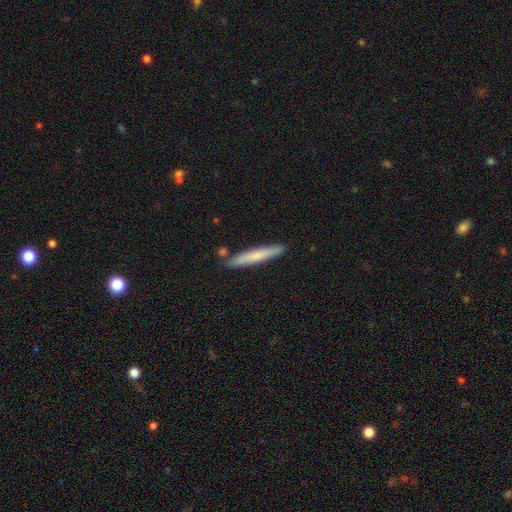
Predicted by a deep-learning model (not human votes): Smooth or featured?
  - smooth: 67% *
  - featured or disk: 27%
  - star or artifact: 5%
How rounded?
  - cigar-shaped: 95% *
  - in between: 4%
  - round: 1%
Merging?
  - none: 84% *
  - minor disturbance: 10%
  - merger: 4%
  - major disturbance: 2%